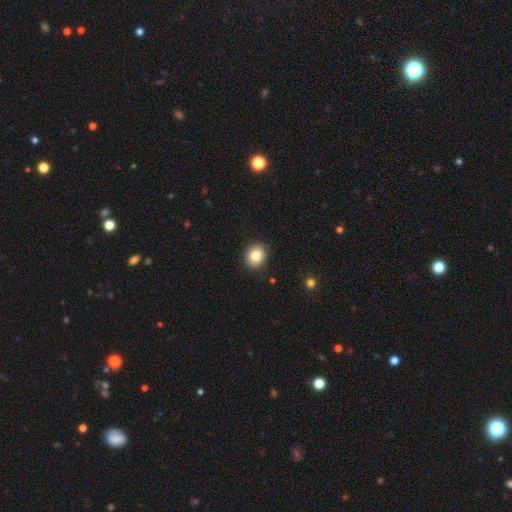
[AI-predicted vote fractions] Overall: smooth (85%). How rounded: round (65%; in between 34%). Merging: none (90%).